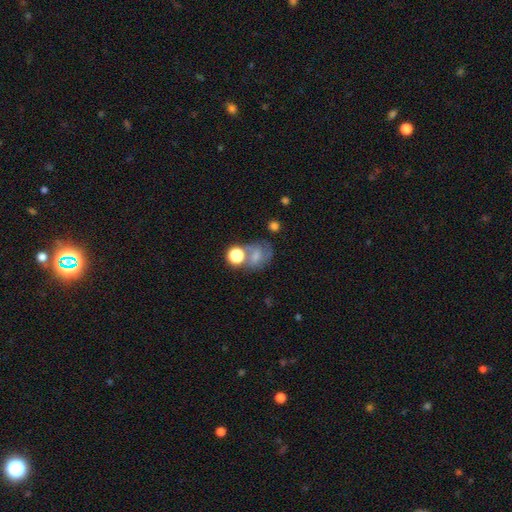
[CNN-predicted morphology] Smooth or featured: smooth — 55% (featured or disk — 29%)
How rounded: round — 53% (in between — 46%)
Merging: none — 39% (merger — 25%)